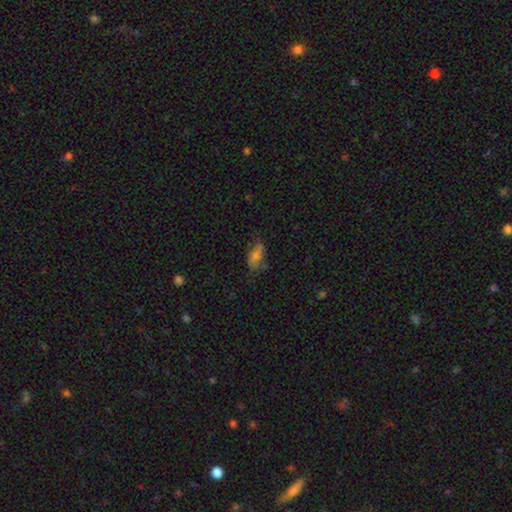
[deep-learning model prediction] A smooth galaxy with no disk features (64%) that is in between round and cigar-shaped (82%).

Vote fractions:
- Smooth or featured? smooth: 64% / featured or disk: 23% / star or artifact: 13%
- How rounded? in between: 82% / cigar-shaped: 12% / round: 6%
- Merging? none: 57% / minor disturbance: 28% / major disturbance: 12% / merger: 3%